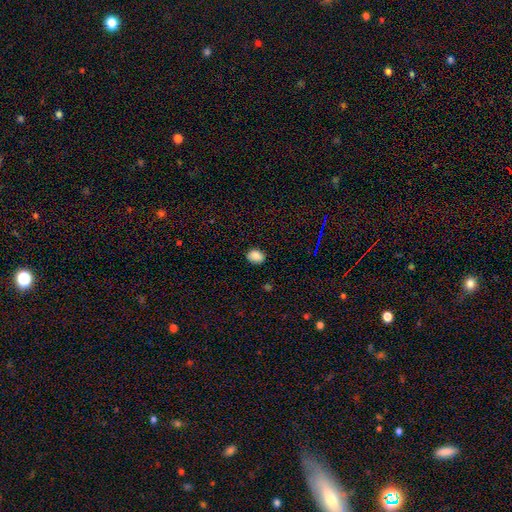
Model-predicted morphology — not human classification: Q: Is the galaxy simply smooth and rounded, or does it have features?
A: smooth — 87%.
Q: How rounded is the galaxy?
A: in between — 63%.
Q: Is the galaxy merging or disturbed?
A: none — 84%.